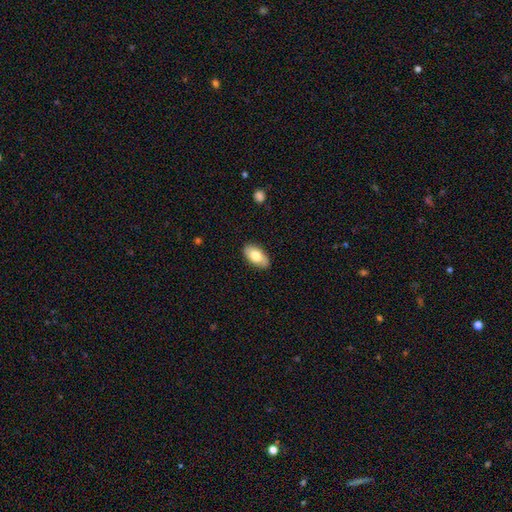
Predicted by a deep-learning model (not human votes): smooth_or_featured: smooth (p=0.76) [alt: featured or disk p=0.17]
how_rounded: in between (p=0.94) [alt: round p=0.03]
merging: none (p=0.85) [alt: minor disturbance p=0.12]